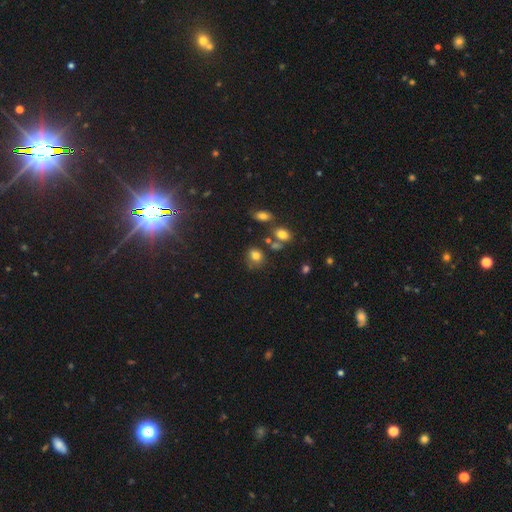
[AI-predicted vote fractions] smooth-or-featured: smooth: 76% | star or artifact: 15% | featured or disk: 9%
  how-rounded: round: 61% | in between: 37% | cigar-shaped: 1%
  merging: none: 63% | minor disturbance: 19% | merger: 12% | major disturbance: 6%